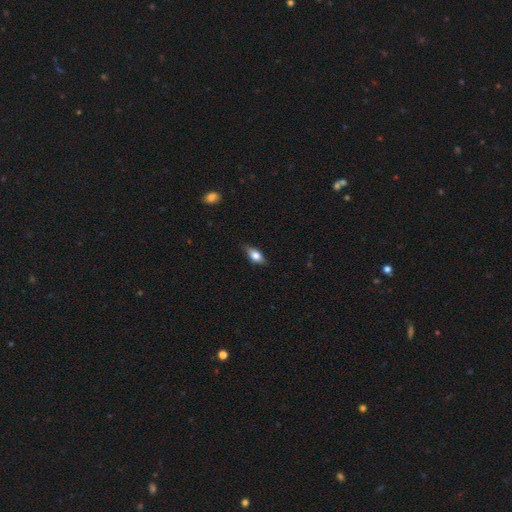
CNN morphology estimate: smooth 66%, featured or disk 26%, star or artifact 7%. Down the decision tree: how rounded — in between (79%); merging — none (79%).